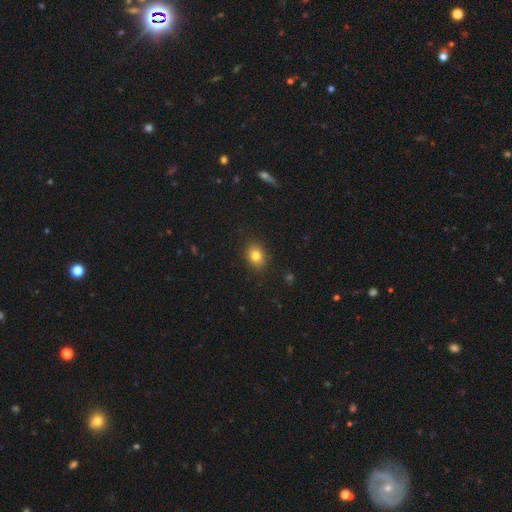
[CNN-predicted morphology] Smooth or featured: smooth — 81% (star or artifact — 11%)
How rounded: in between — 57% (round — 42%)
Merging: none — 88% (minor disturbance — 9%)